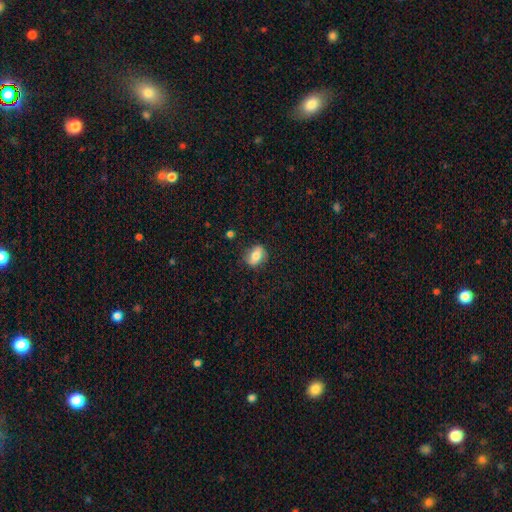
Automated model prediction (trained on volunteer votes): A smooth galaxy with no disk features (69%) that is in between round and cigar-shaped (71%).

Vote fractions:
- Smooth or featured? smooth: 69% / featured or disk: 22% / star or artifact: 8%
- How rounded? in between: 71% / round: 25% / cigar-shaped: 4%
- Merging? none: 78% / minor disturbance: 16% / major disturbance: 4% / merger: 1%